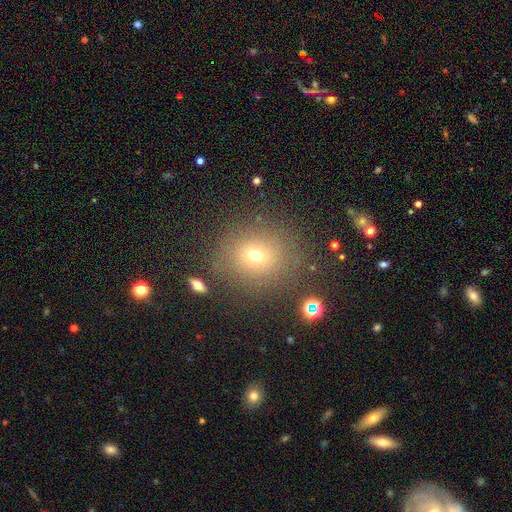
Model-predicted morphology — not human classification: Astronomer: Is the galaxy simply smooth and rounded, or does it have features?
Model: smooth — 67%.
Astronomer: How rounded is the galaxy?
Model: round — 82%.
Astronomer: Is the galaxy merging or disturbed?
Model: none — 82%.